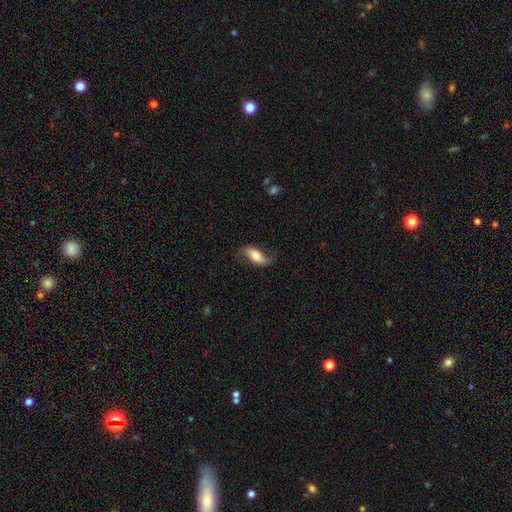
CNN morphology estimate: A smooth galaxy with no disk features (53%) that is in between round and cigar-shaped (83%).

Vote fractions:
- Smooth or featured? smooth: 53% / featured or disk: 40% / star or artifact: 7%
- How rounded? in between: 83% / cigar-shaped: 14% / round: 4%
- Merging? none: 63% / minor disturbance: 25% / major disturbance: 11% / merger: 2%